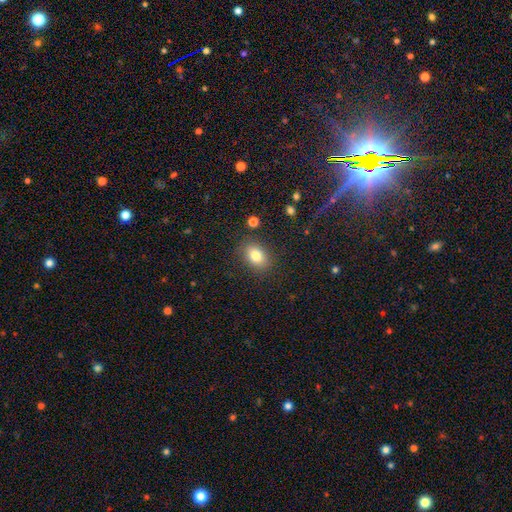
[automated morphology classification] Q: Smooth or featured?
A: smooth (81%); runner-up: star or artifact (10%)
Q: How rounded?
A: in between (72%); runner-up: round (27%)
Q: Merging?
A: none (84%); runner-up: minor disturbance (10%)